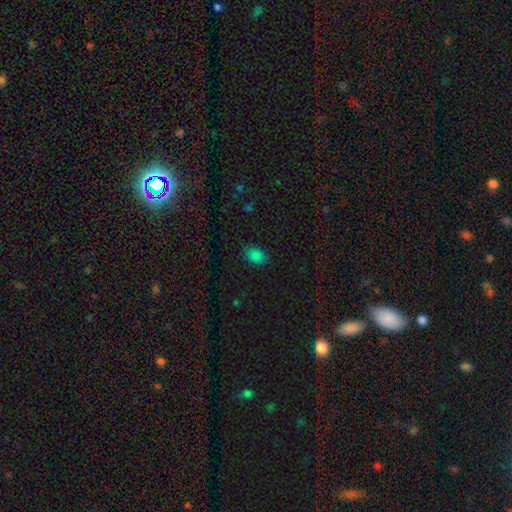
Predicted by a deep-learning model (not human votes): smooth 81%, star or artifact 15%, featured or disk 4%. Down the decision tree: how rounded — in between (82%); merging — none (83%).